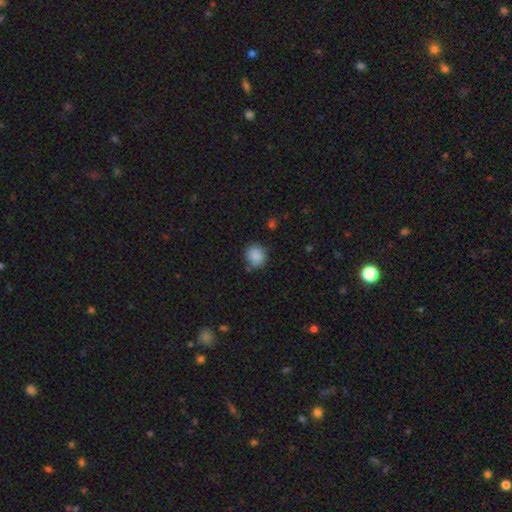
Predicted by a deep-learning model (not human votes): Smooth or featured: smooth — 87% (star or artifact — 9%)
How rounded: round — 81% (in between — 18%)
Merging: none — 77% (minor disturbance — 15%)